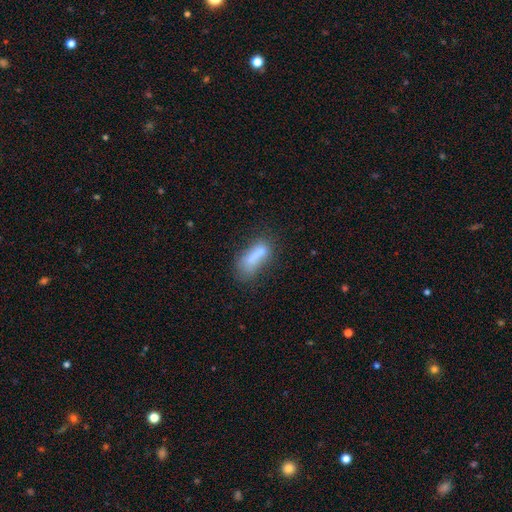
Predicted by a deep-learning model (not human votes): Smooth or featured?
  - smooth: 67% *
  - featured or disk: 22%
  - star or artifact: 12%
How rounded?
  - in between: 69% *
  - cigar-shaped: 25%
  - round: 6%
Merging?
  - none: 31% *
  - merger: 30%
  - minor disturbance: 21%
  - major disturbance: 19%